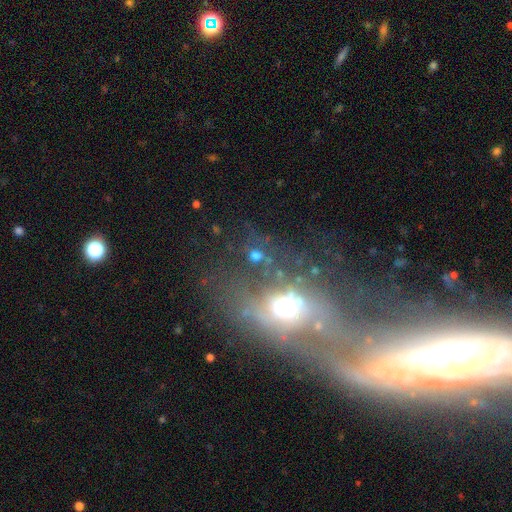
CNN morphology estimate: Overall: smooth (45%; featured or disk 28%). Merging: none (55%; major disturbance 18%).